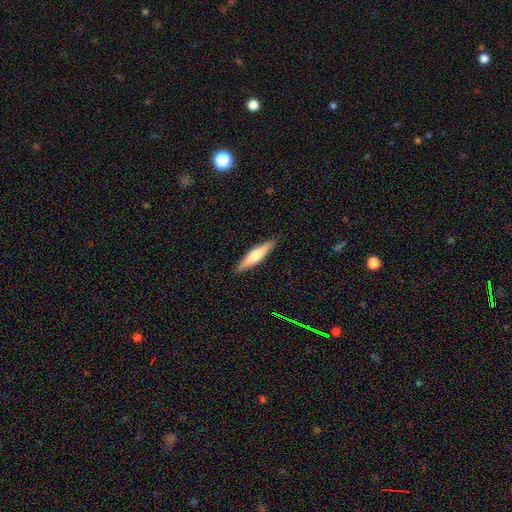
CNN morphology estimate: smooth_or_featured: smooth (p=0.52) [alt: featured or disk p=0.43]
how_rounded: cigar-shaped (p=0.83) [alt: in between p=0.16]
merging: none (p=0.90) [alt: minor disturbance p=0.08]